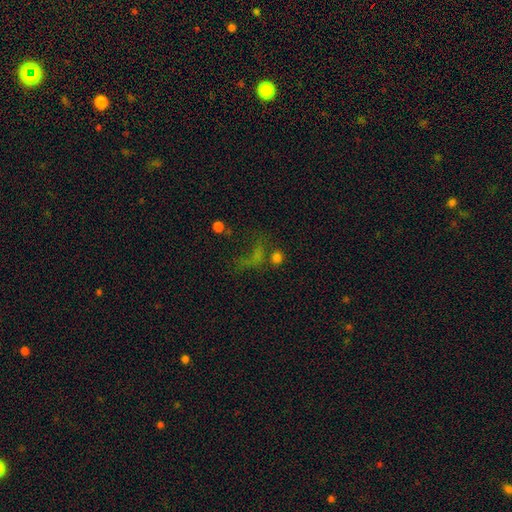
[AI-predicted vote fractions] Q: Smooth or featured?
A: smooth (41%); runner-up: star or artifact (37%)
Q: Merging?
A: none (37%); runner-up: major disturbance (35%)